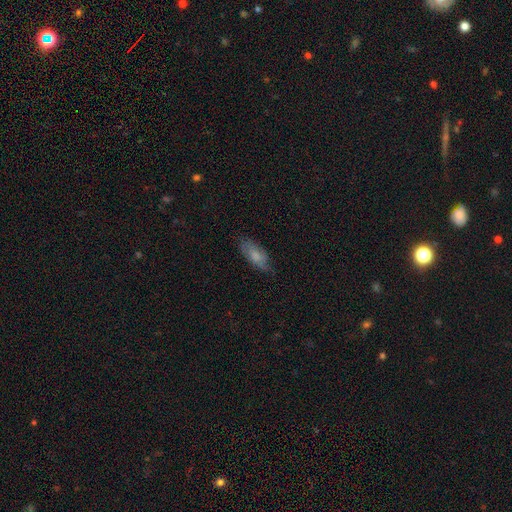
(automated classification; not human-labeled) Overall: smooth (70%). How rounded: in between (79%). Merging: none (71%).